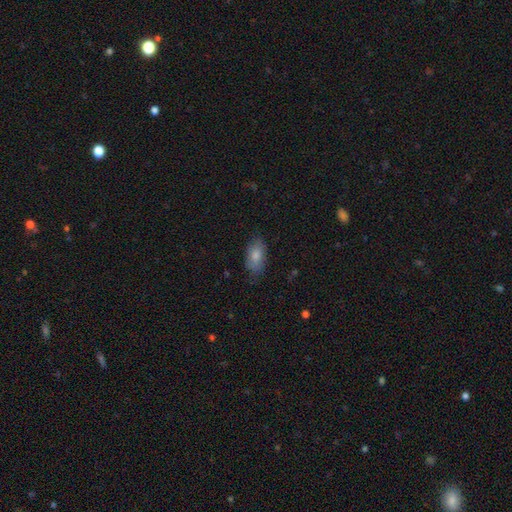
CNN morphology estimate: smooth_or_featured: smooth (p=0.81) [alt: featured or disk p=0.12]
how_rounded: in between (p=0.92) [alt: cigar-shaped p=0.04]
merging: none (p=0.75) [alt: minor disturbance p=0.19]